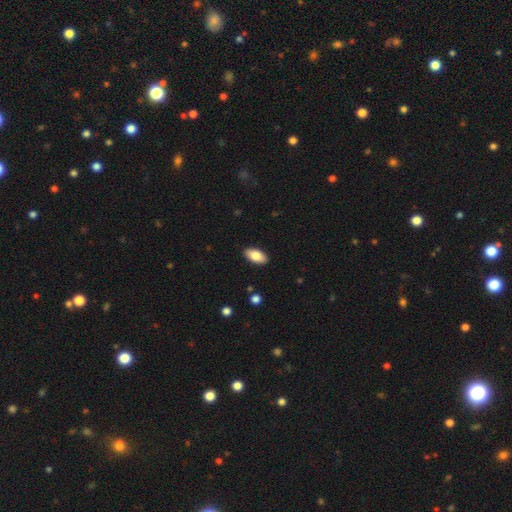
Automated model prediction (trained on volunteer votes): This is clearly a smooth galaxy (83%). How rounded: clearly in between (93%). Merging: clearly none (90%).